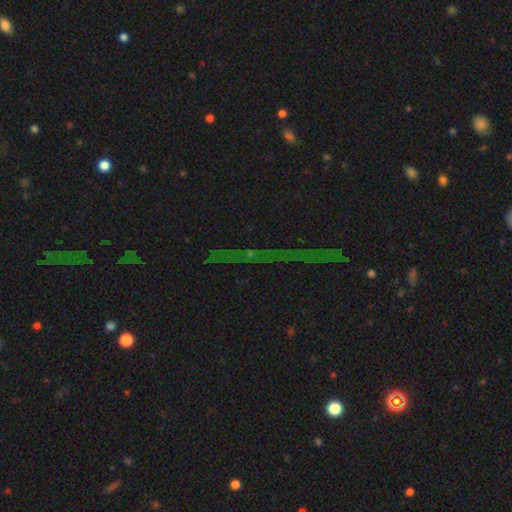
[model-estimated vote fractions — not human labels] Smooth or featured? star or artifact (71%)